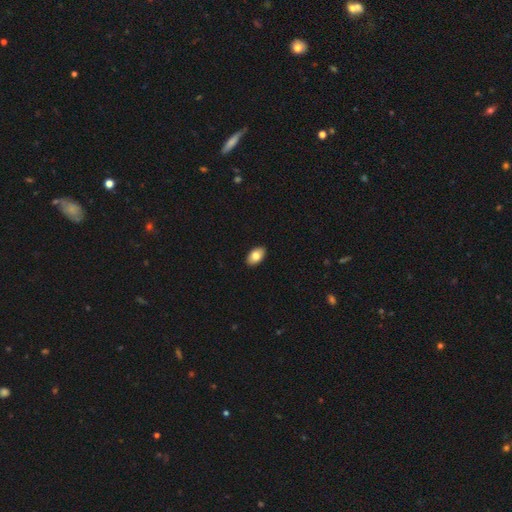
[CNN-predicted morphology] Smooth or featured?
  - smooth: 82% *
  - featured or disk: 11%
  - star or artifact: 7%
How rounded?
  - in between: 93% *
  - round: 5%
  - cigar-shaped: 1%
Merging?
  - none: 90% *
  - minor disturbance: 8%
  - major disturbance: 2%
  - merger: 1%